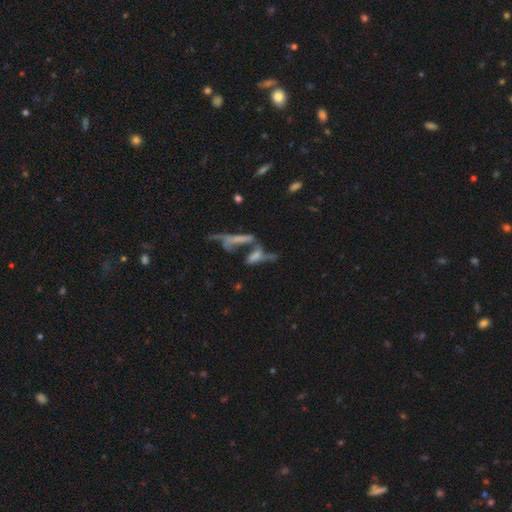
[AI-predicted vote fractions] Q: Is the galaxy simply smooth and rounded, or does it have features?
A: featured or disk — 46%.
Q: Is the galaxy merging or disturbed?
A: merger — 45%.